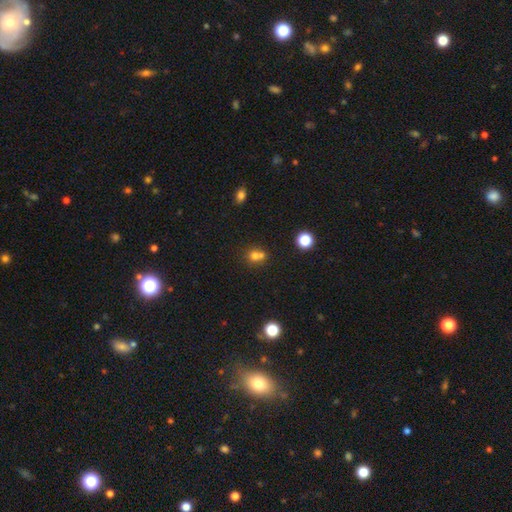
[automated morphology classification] Smooth or featured?
  - smooth: 70% *
  - star or artifact: 17%
  - featured or disk: 12%
How rounded?
  - round: 80% *
  - in between: 19%
  - cigar-shaped: 1%
Merging?
  - merger: 47% *
  - none: 43%
  - minor disturbance: 7%
  - major disturbance: 3%